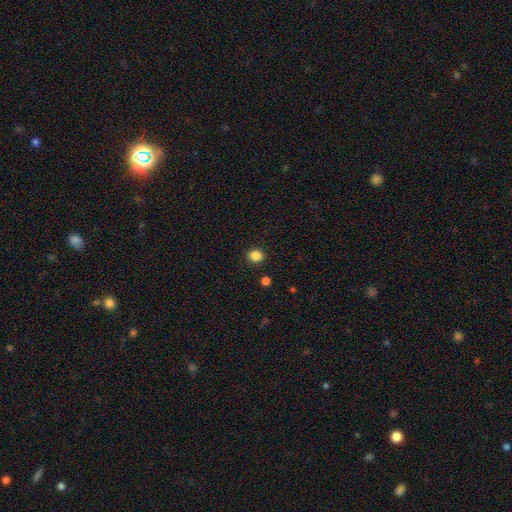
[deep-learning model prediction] The model was most divided on "how rounded": round: 74%, in between: 25%, cigar-shaped: 1%. More confident: merging — none (91%); smooth or featured — smooth (85%).